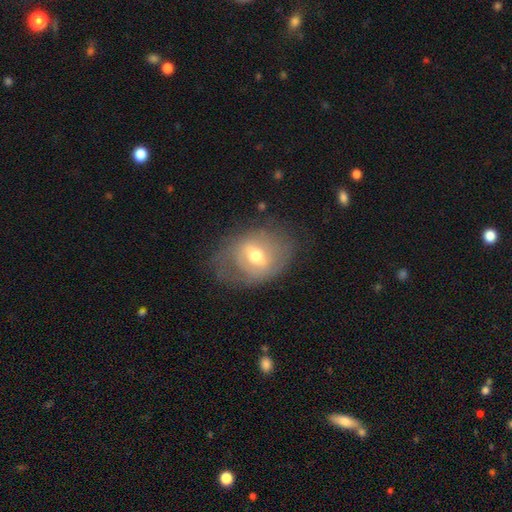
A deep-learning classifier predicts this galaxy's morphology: This appears to be a featured or disk galaxy (55%) with a weak bar (48%), no spiral arms (57%) and a moderate central bulge (72%). Merging: none (59%).